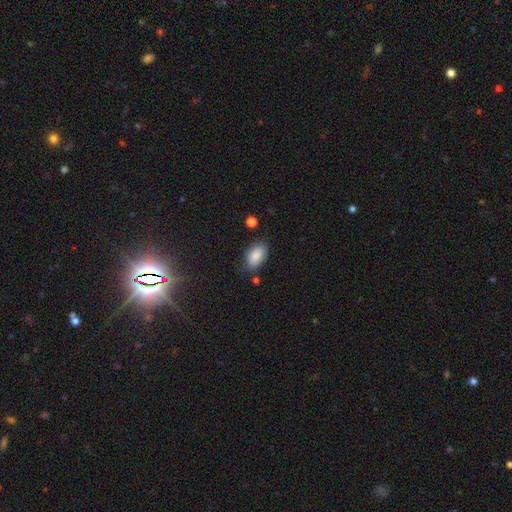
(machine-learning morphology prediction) Q: Smooth or featured?
A: smooth (87%); runner-up: star or artifact (7%)
Q: How rounded?
A: in between (92%); runner-up: round (6%)
Q: Merging?
A: none (75%); runner-up: minor disturbance (17%)